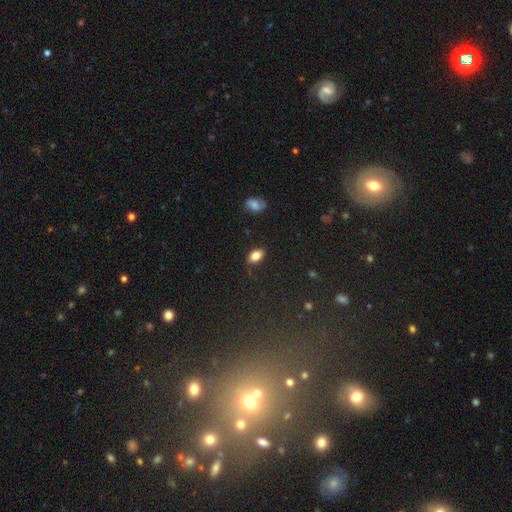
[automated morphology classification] The model was most divided on "merging": none: 81%, minor disturbance: 15%, major disturbance: 3%, merger: 2%. More confident: how rounded — in between (90%); smooth or featured — smooth (82%).